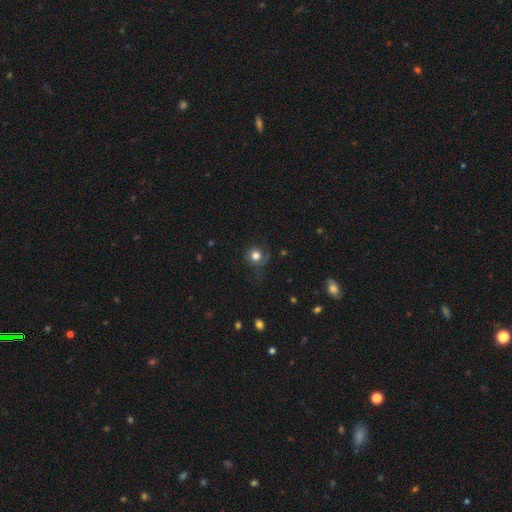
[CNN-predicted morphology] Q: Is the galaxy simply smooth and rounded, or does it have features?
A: smooth — 76%.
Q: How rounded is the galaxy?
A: round — 88%.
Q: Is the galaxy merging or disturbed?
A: none — 66%.